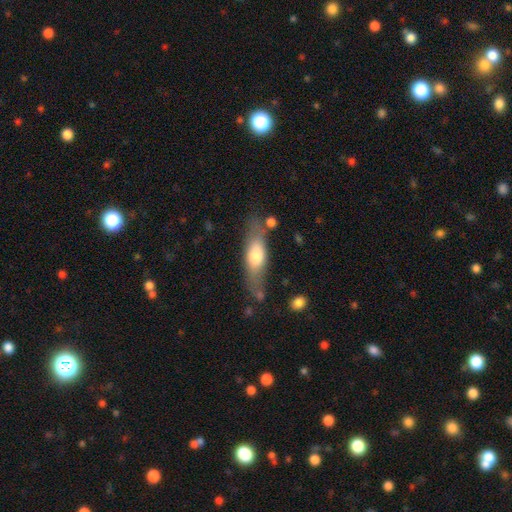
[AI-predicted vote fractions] Q: Smooth or featured?
A: smooth (61%); runner-up: featured or disk (34%)
Q: How rounded?
A: in between (51%); runner-up: cigar-shaped (46%)
Q: Merging?
A: none (68%); runner-up: minor disturbance (19%)